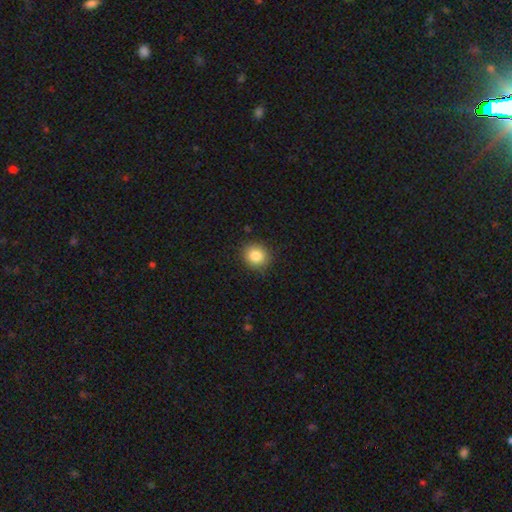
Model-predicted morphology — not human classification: Smooth or featured?
  - smooth: 84% *
  - star or artifact: 10%
  - featured or disk: 6%
How rounded?
  - round: 85% *
  - in between: 14%
  - cigar-shaped: 1%
Merging?
  - none: 87% *
  - minor disturbance: 9%
  - major disturbance: 2%
  - merger: 1%